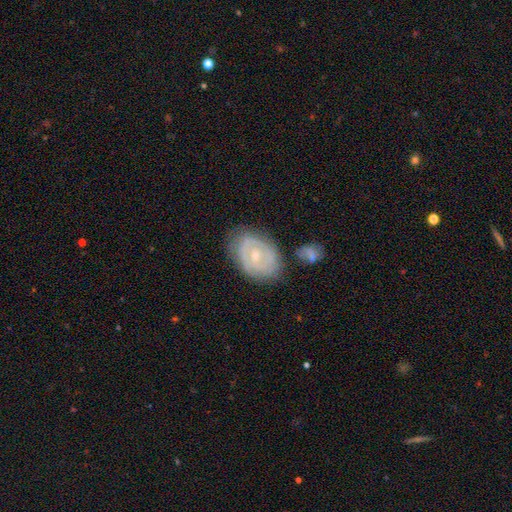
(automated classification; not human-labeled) Smooth or featured? Predicted: featured or disk (p=0.74). Edge-on disk? Predicted: no (p=0.96). Bar? Predicted: no (p=0.67). Spiral arms? Predicted: yes (p=0.78). Spiral winding? Predicted: tight (p=0.69). Spiral arm count? Predicted: 2 (p=0.40). Bulge size? Predicted: small (p=0.59). Merging? Predicted: none (p=0.69).